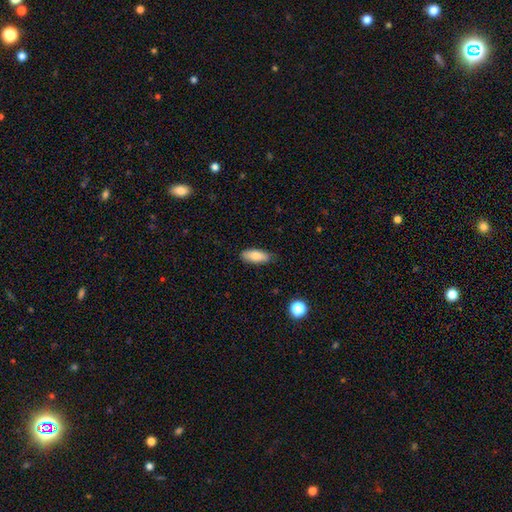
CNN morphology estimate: Smooth or featured? Predicted: smooth (p=0.80). How rounded? Predicted: in between (p=0.78). Merging? Predicted: none (p=0.84).